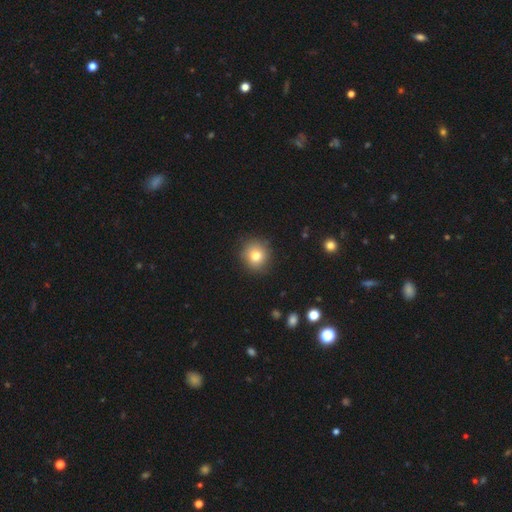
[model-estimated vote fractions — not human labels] A smooth galaxy with no disk features (79%) that is round (89%). Merging: none (89%).